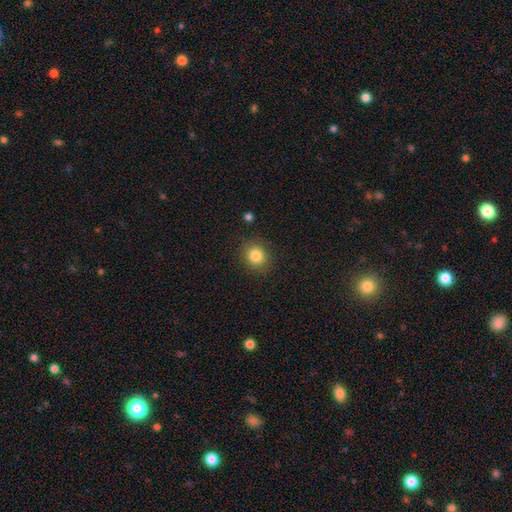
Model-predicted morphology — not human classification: Q: Smooth or featured?
A: smooth (84%); runner-up: star or artifact (10%)
Q: How rounded?
A: round (78%); runner-up: in between (21%)
Q: Merging?
A: none (88%); runner-up: minor disturbance (8%)